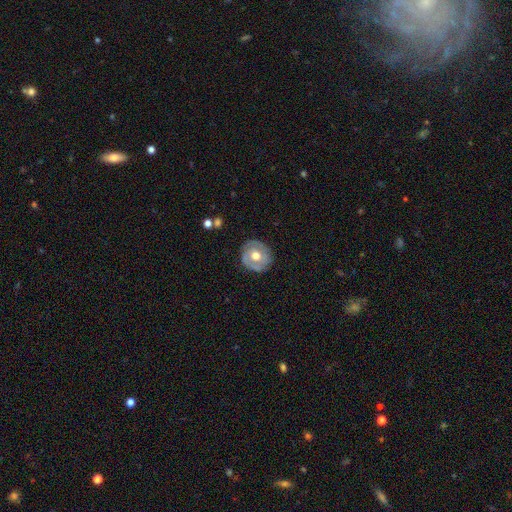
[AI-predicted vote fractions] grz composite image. It shows a featured or disk galaxy (58%) with no bar (78%), spiral arms (55%) and a moderate central bulge (78%). Merging: none (81%).